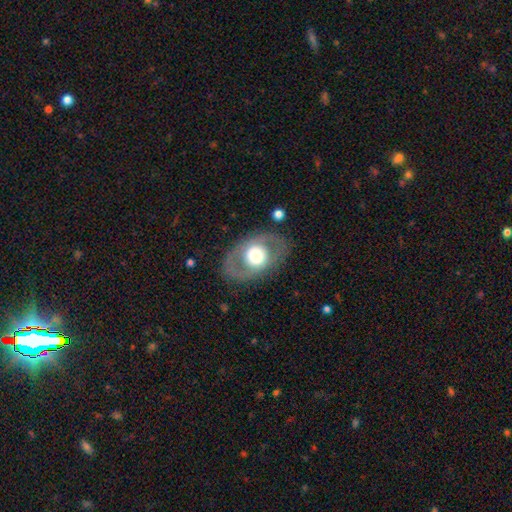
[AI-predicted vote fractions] A featured or disk galaxy (52%).

Vote fractions:
- Smooth or featured? featured or disk: 52% / smooth: 41% / star or artifact: 6%
- Edge-on disk? no: 91% / yes: 9%
- Merging? none: 79% / minor disturbance: 11% / major disturbance: 8% / merger: 2%